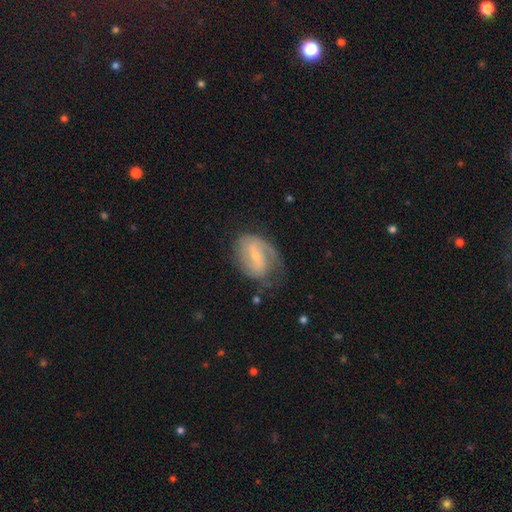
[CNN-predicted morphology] Smooth or featured? featured or disk (78%)
Edge-on disk? no (97%)
Bar? weak (52%)
Spiral arms? yes (92%)
Spiral winding? medium (45%)
Spiral arm count? 2 (61%)
Bulge size? small (67%)
Merging? none (57%)